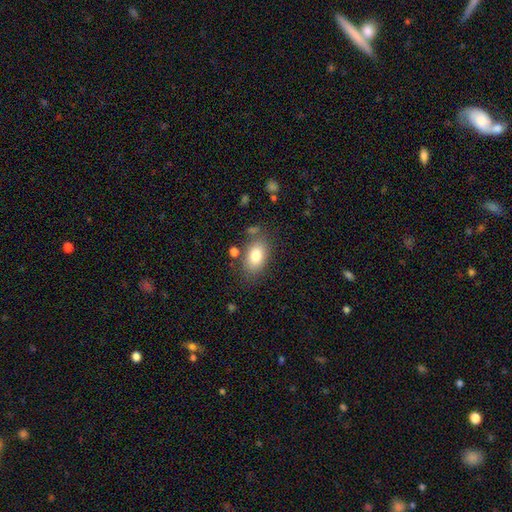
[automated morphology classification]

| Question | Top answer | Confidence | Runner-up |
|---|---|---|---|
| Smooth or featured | smooth | 80% | featured or disk (12%) |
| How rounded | in between | 88% | round (11%) |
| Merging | none | 74% | minor disturbance (15%) |